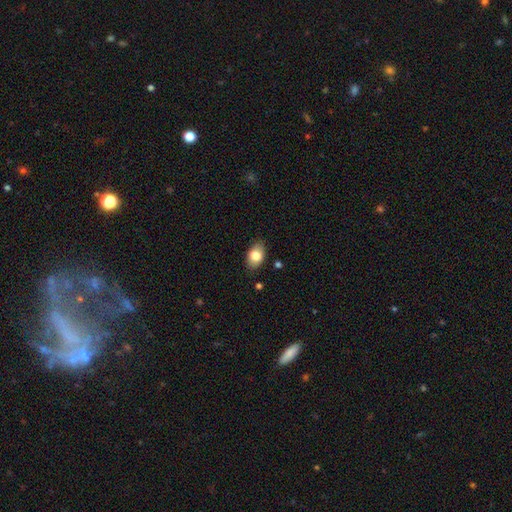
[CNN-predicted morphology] Smooth or featured: smooth — 80% (featured or disk — 12%)
How rounded: in between — 86% (round — 12%)
Merging: none — 83% (minor disturbance — 13%)